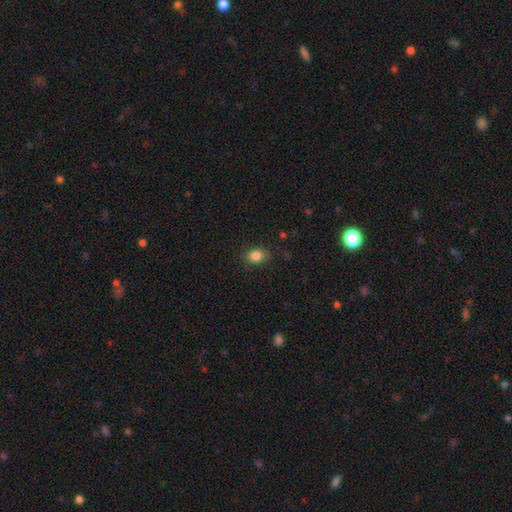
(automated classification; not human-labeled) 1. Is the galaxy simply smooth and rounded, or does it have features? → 84% smooth, 10% star or artifact, 6% featured or disk.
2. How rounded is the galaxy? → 55% in between, 44% round, 1% cigar-shaped.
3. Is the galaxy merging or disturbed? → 80% none, 15% minor disturbance, 4% major disturbance, 1% merger.